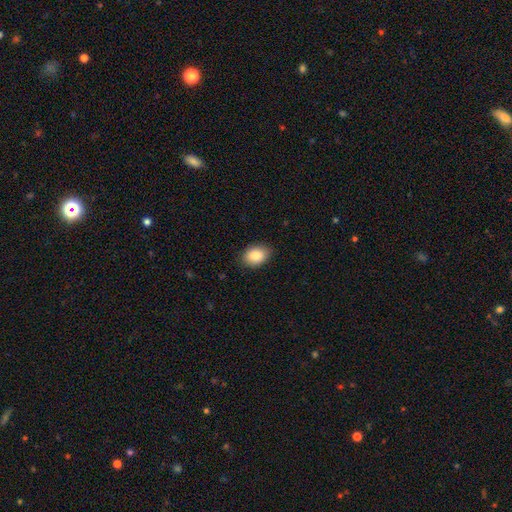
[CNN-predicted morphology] A smooth galaxy with no disk features (87%) that is in between round and cigar-shaped (79%).

Vote fractions:
- Smooth or featured? smooth: 87% / star or artifact: 7% / featured or disk: 6%
- How rounded? in between: 79% / round: 20% / cigar-shaped: 1%
- Merging? none: 85% / minor disturbance: 12% / major disturbance: 2% / merger: 1%